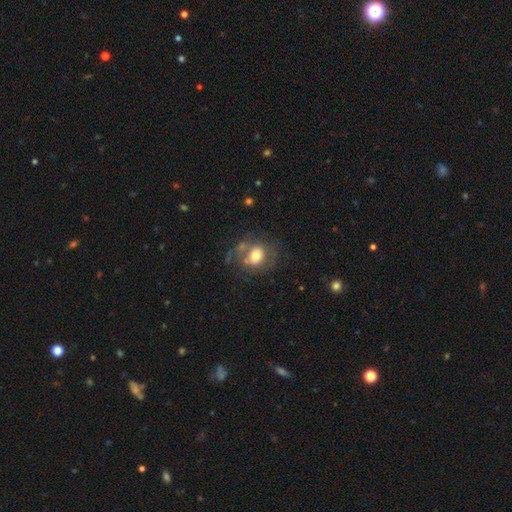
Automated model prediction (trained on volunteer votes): Smooth or featured? smooth (57%)
How rounded? round (59%)
Merging? none (50%)